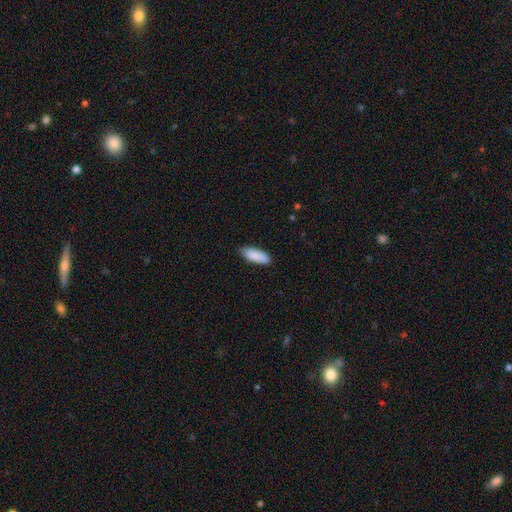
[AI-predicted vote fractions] smooth_or_featured: smooth (p=0.89) [alt: star or artifact p=0.06]
how_rounded: in between (p=0.67) [alt: cigar-shaped p=0.32]
merging: none (p=0.83) [alt: minor disturbance p=0.14]